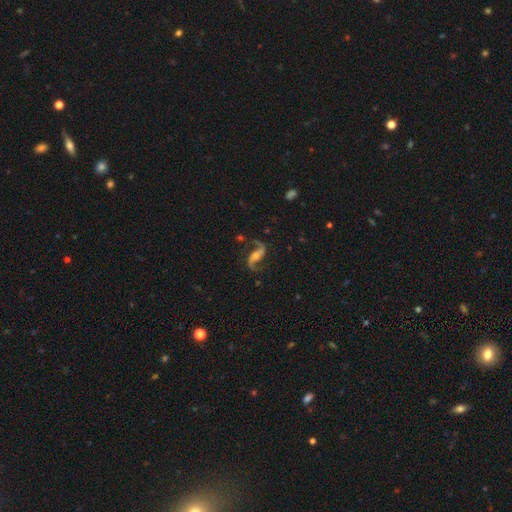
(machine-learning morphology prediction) Smooth or featured? Predicted: featured or disk (p=0.91). Edge-on disk? Predicted: no (p=0.97). Bar? Predicted: no (p=0.39). Spiral arms? Predicted: yes (p=0.98). Spiral winding? Predicted: loose (p=0.70). Spiral arm count? Predicted: 2 (p=0.94). Bulge size? Predicted: moderate (p=0.50). Merging? Predicted: none (p=0.79).